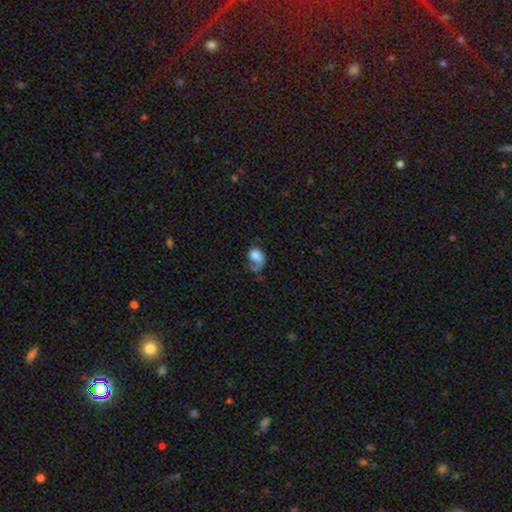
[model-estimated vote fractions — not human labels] Smooth or featured? Predicted: smooth (p=0.51). How rounded? Predicted: in between (p=0.57). Merging? Predicted: major disturbance (p=0.49).